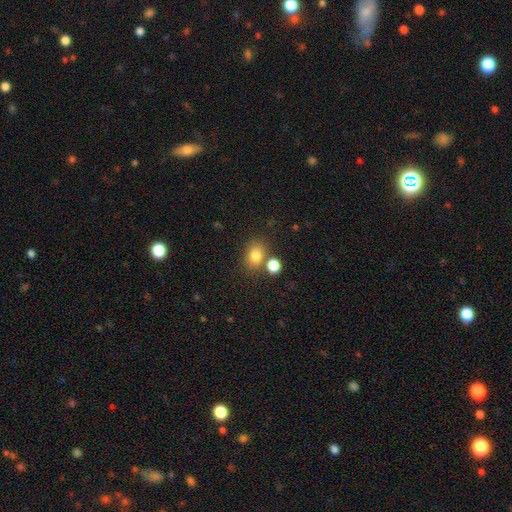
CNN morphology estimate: This is clearly a smooth galaxy (80%). How rounded: possibly in between (55%). Merging: likely none (66%).